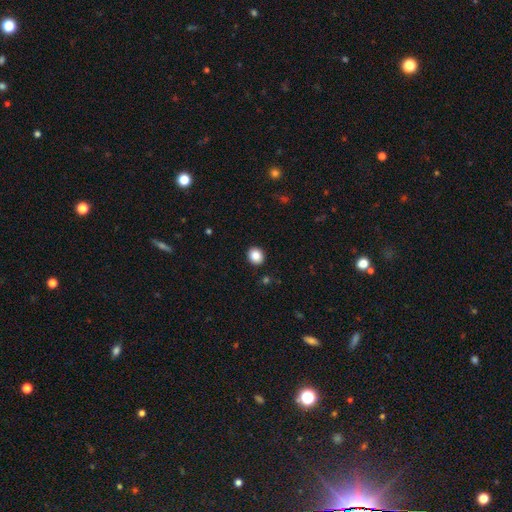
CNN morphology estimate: smooth_or_featured: smooth (p=0.88) [alt: star or artifact p=0.09]
how_rounded: round (p=0.78) [alt: in between p=0.21]
merging: none (p=0.92) [alt: minor disturbance p=0.05]